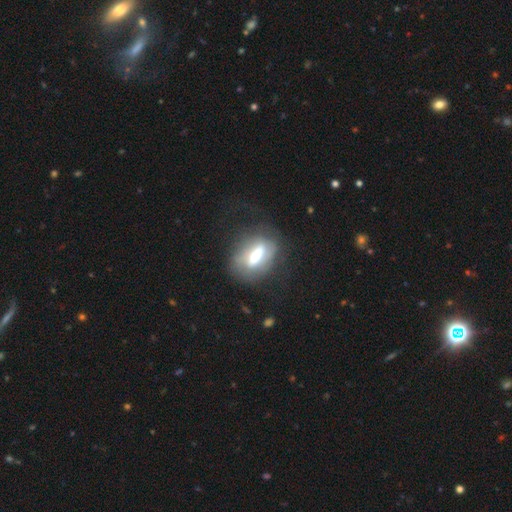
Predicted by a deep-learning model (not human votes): Smooth or featured: featured or disk — 50% (smooth — 42%)
Merging: none — 65% (minor disturbance — 18%)